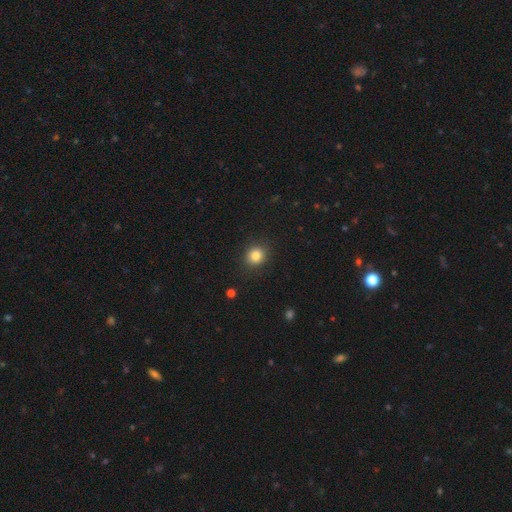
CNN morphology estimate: A smooth galaxy with no disk features (84%) that is round (80%).

Vote fractions:
- Smooth or featured? smooth: 84% / star or artifact: 11% / featured or disk: 5%
- How rounded? round: 80% / in between: 19% / cigar-shaped: 1%
- Merging? none: 90% / minor disturbance: 7% / major disturbance: 2% / merger: 1%